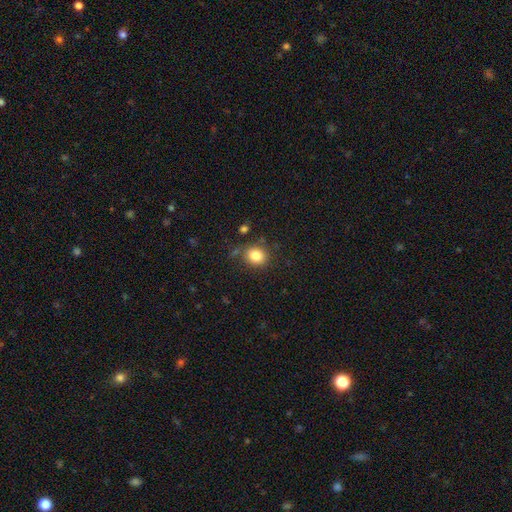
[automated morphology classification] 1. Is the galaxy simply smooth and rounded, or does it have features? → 82% smooth, 11% star or artifact, 7% featured or disk.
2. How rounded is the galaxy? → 70% round, 29% in between, 1% cigar-shaped.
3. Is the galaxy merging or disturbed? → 81% none, 11% minor disturbance, 4% merger, 4% major disturbance.